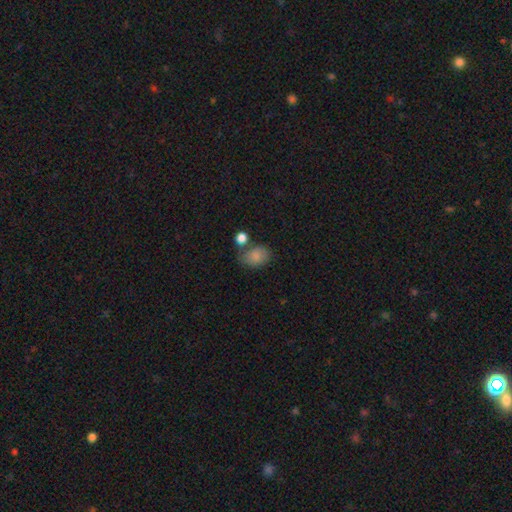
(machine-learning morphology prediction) Smooth or featured?
  - smooth: 84% *
  - star or artifact: 9%
  - featured or disk: 7%
How rounded?
  - in between: 71% *
  - round: 27%
  - cigar-shaped: 1%
Merging?
  - none: 59% *
  - minor disturbance: 19%
  - merger: 16%
  - major disturbance: 6%